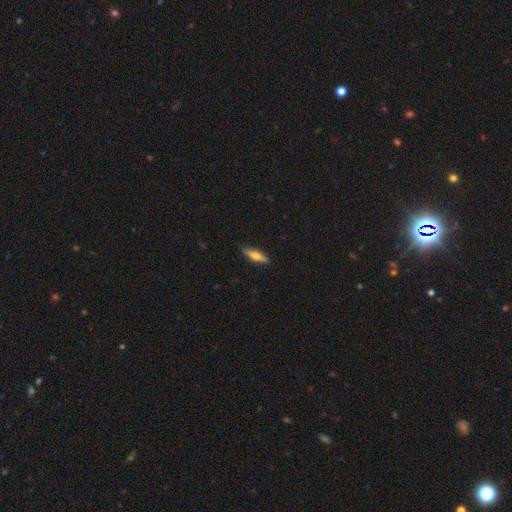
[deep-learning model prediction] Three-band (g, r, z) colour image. It shows a smooth galaxy with no disk features (54%) that is cigar-shaped (67%). Merging: none (90%).